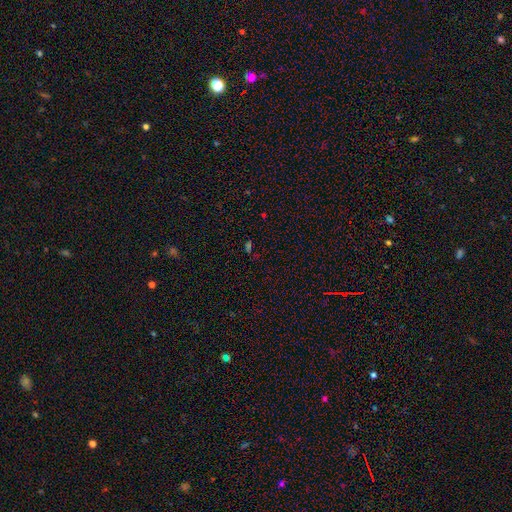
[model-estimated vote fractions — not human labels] A star or artifact, not a galaxy (55%).